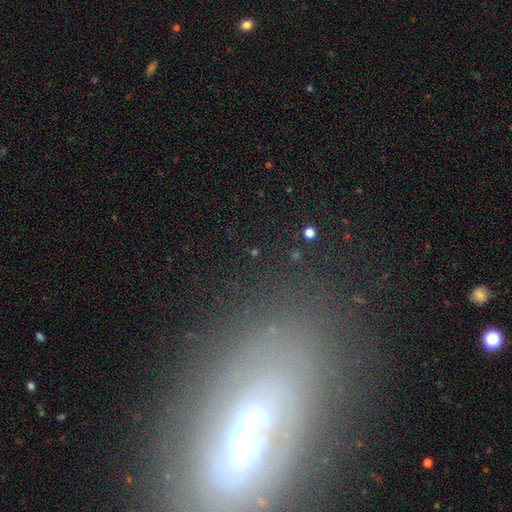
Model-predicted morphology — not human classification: Smooth or featured? featured or disk (46%)
Merging? none (63%)